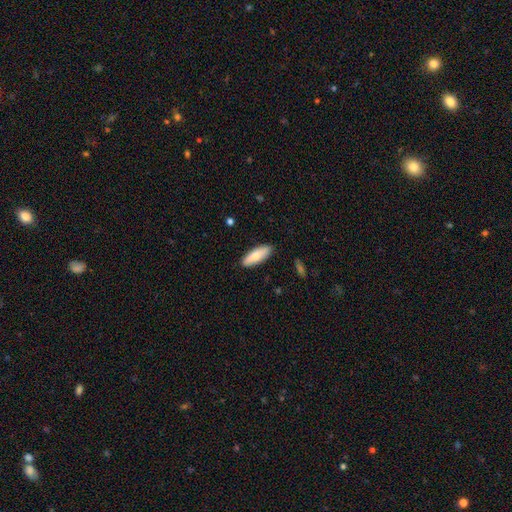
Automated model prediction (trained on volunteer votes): Q: Smooth or featured?
A: smooth (76%); runner-up: featured or disk (18%)
Q: How rounded?
A: in between (64%); runner-up: cigar-shaped (34%)
Q: Merging?
A: none (87%); runner-up: minor disturbance (10%)